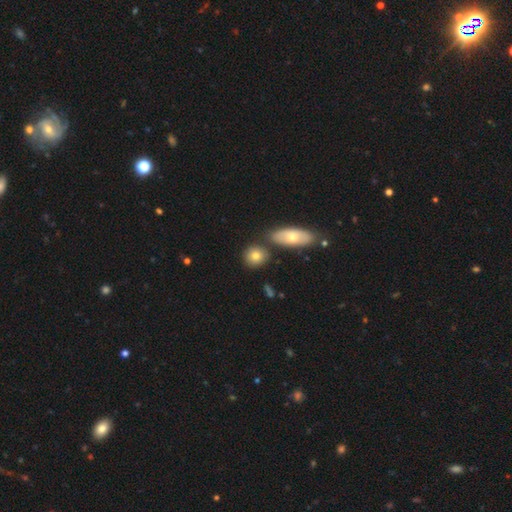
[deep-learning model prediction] A smooth galaxy with no disk features (78%) that is round (74%).

Vote fractions:
- Smooth or featured? smooth: 78% / featured or disk: 14% / star or artifact: 8%
- How rounded? round: 74% / in between: 23% / cigar-shaped: 3%
- Merging? none: 74% / merger: 14% / minor disturbance: 10% / major disturbance: 3%